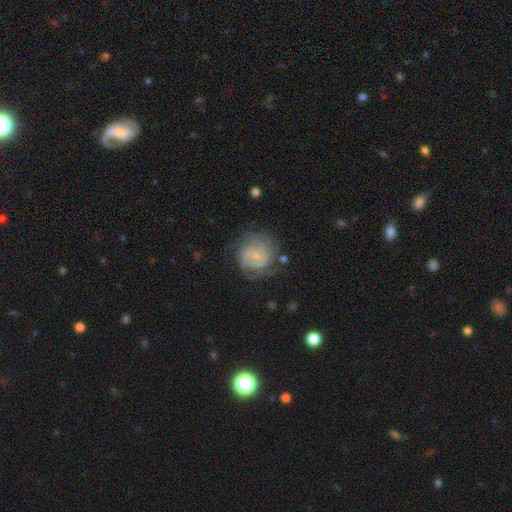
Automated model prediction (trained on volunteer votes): Smooth or featured: featured or disk — 69% (smooth — 24%)
Edge-on disk: no — 98% (yes — 2%)
Bar: no — 66% (weak — 29%)
Spiral arms: yes — 89% (no — 11%)
Spiral winding: tight — 58% (medium — 32%)
Spiral arm count: 2 — 48% (can't tell — 27%)
Bulge size: small — 76% (moderate — 16%)
Merging: none — 66% (minor disturbance — 20%)